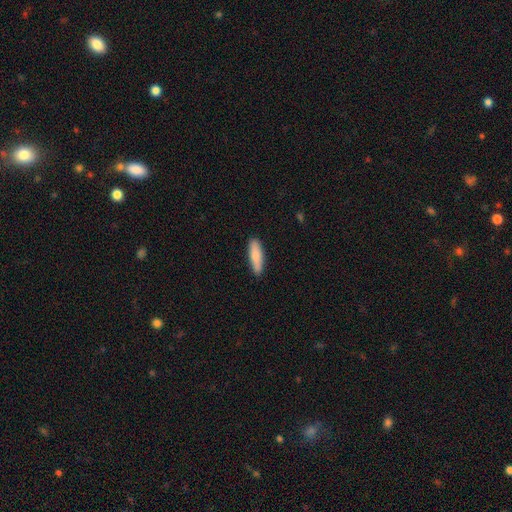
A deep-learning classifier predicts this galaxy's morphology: Q: Smooth or featured?
A: smooth (80%); runner-up: featured or disk (15%)
Q: How rounded?
A: cigar-shaped (62%); runner-up: in between (36%)
Q: Merging?
A: none (87%); runner-up: minor disturbance (10%)